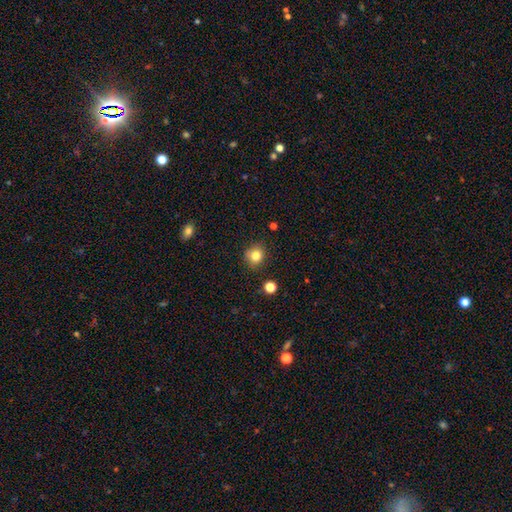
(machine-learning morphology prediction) smooth_or_featured: smooth (p=0.81) [alt: star or artifact p=0.12]
how_rounded: round (p=0.80) [alt: in between p=0.19]
merging: none (p=0.80) [alt: minor disturbance p=0.13]